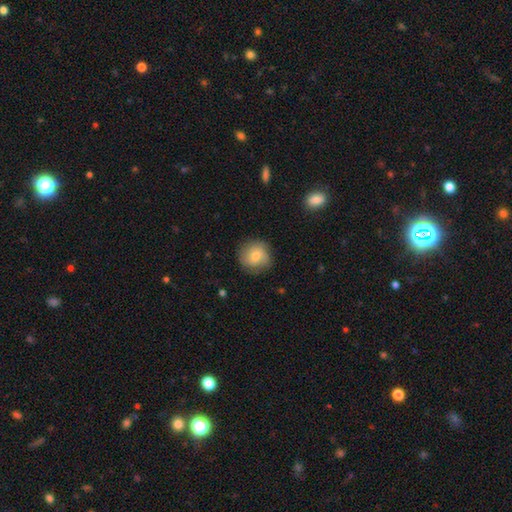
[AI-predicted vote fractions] smooth_or_featured: smooth (p=0.69) [alt: featured or disk p=0.24]
how_rounded: round (p=0.91) [alt: in between p=0.08]
merging: none (p=0.80) [alt: minor disturbance p=0.15]